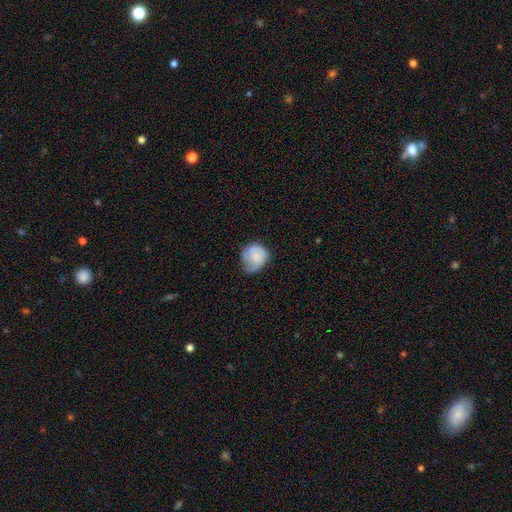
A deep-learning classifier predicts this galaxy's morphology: The model was most divided on "merging": minor disturbance: 39%, none: 38%, major disturbance: 19%, merger: 4%. More confident: how rounded — round (68%); smooth or featured — smooth (65%).